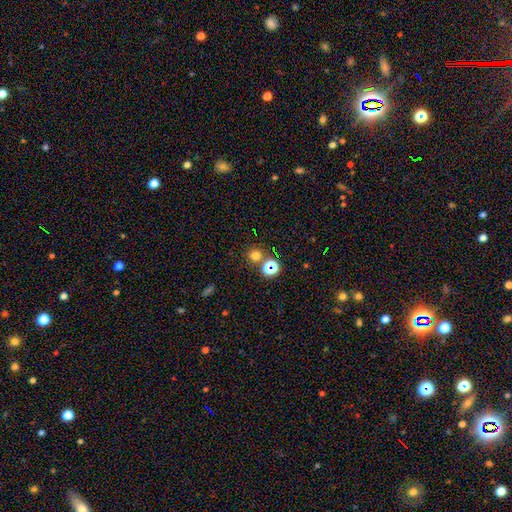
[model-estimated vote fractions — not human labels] smooth 69%, star or artifact 25%, featured or disk 6%. Down the decision tree: how rounded — round (92%); merging — none (77%).